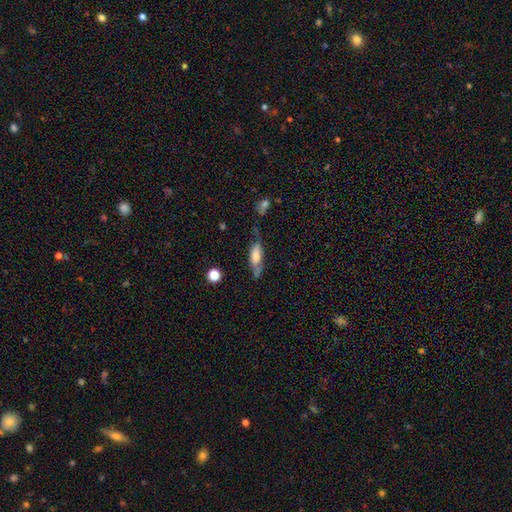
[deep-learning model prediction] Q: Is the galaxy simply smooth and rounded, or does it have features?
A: smooth — 61%.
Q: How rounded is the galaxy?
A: in between — 55%.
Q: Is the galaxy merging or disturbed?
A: none — 50%.